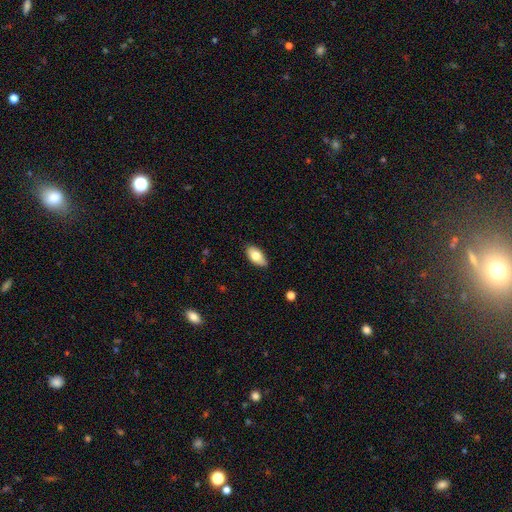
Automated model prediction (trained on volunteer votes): Q: Smooth or featured?
A: smooth (76%); runner-up: featured or disk (18%)
Q: How rounded?
A: in between (93%); runner-up: cigar-shaped (4%)
Q: Merging?
A: none (83%); runner-up: minor disturbance (14%)